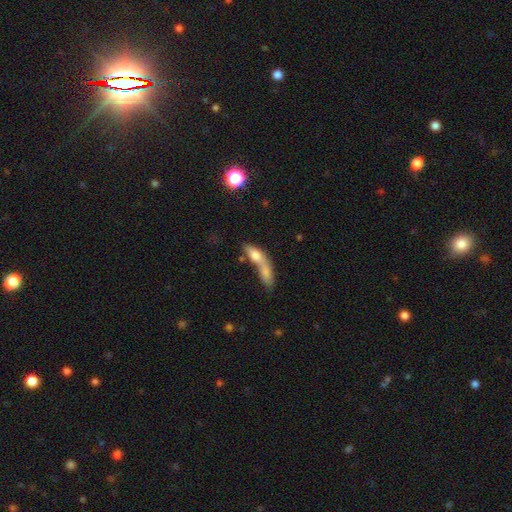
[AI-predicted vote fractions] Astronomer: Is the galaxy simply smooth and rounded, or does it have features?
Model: smooth — 69%.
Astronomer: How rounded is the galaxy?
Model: in between — 60%.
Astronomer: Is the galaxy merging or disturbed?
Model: merger — 67%.